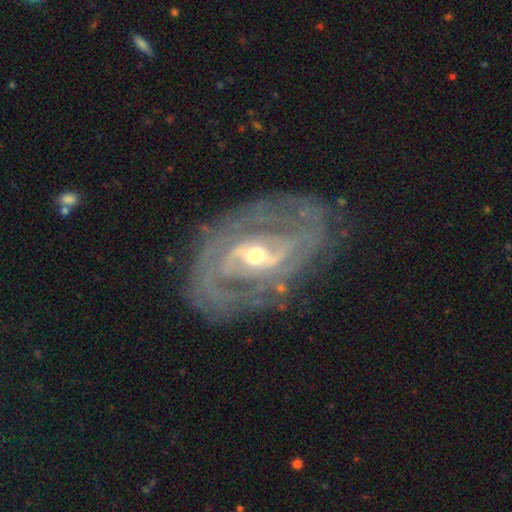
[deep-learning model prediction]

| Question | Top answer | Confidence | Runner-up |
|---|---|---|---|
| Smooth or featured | featured or disk | 90% | smooth (6%) |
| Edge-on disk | no | 95% | yes (5%) |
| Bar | strong | 41% | weak (38%) |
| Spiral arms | yes | 90% | no (10%) |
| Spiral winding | tight | 58% | medium (33%) |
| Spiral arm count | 2 | 53% | can't tell (22%) |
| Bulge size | moderate | 57% | small (38%) |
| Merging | none | 76% | minor disturbance (15%) |